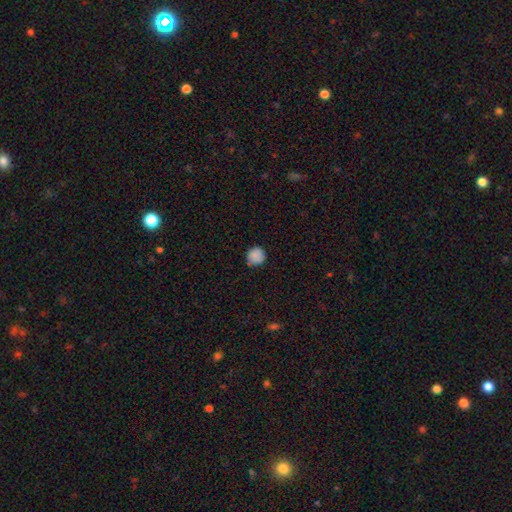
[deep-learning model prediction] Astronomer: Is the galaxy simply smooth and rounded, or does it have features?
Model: smooth — 86%.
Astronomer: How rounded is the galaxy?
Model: round — 92%.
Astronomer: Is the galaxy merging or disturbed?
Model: none — 79%.